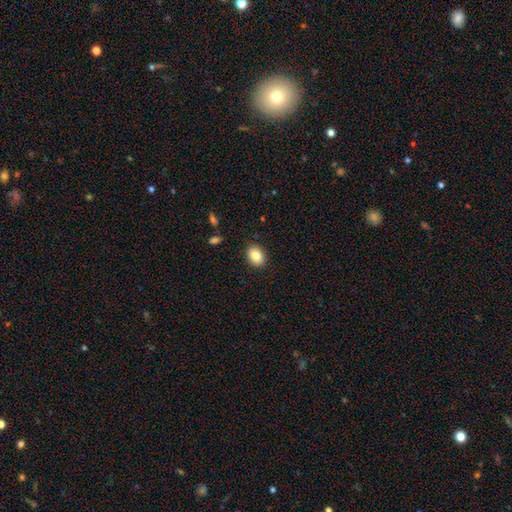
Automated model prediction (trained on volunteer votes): smooth-or-featured: smooth: 86% | star or artifact: 8% | featured or disk: 6%
  how-rounded: in between: 70% | round: 29% | cigar-shaped: 1%
  merging: none: 89% | minor disturbance: 8% | major disturbance: 2% | merger: 1%